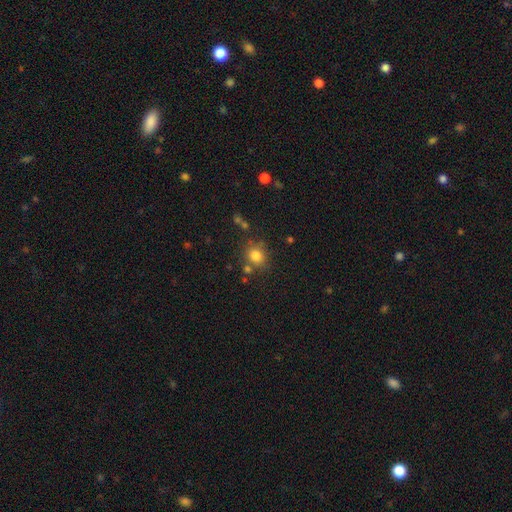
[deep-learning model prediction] A smooth galaxy with no disk features (81%) that is round (79%). Merging: none (72%).